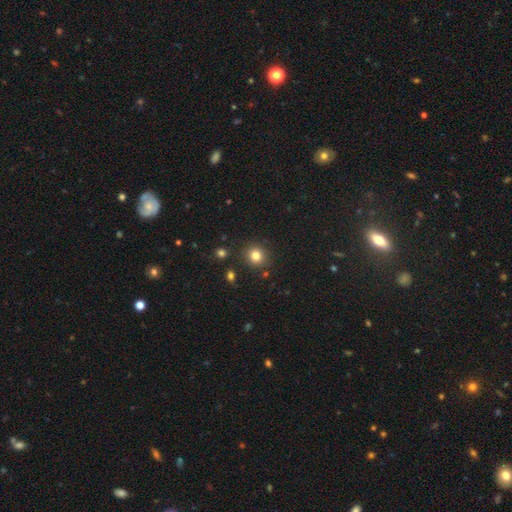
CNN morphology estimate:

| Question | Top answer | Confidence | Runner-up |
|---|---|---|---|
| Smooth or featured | smooth | 81% | star or artifact (13%) |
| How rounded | round | 88% | in between (11%) |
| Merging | none | 87% | minor disturbance (7%) |